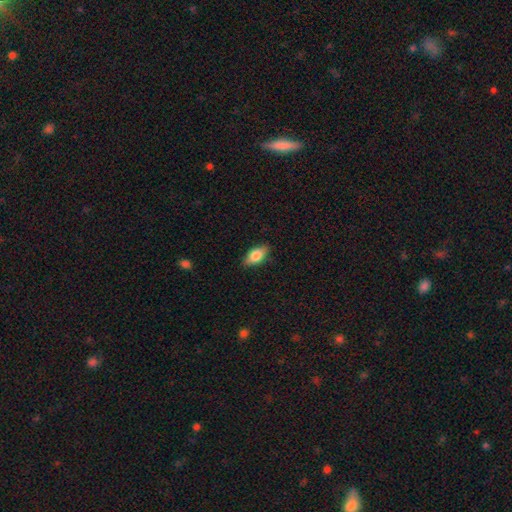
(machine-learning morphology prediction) This is likely a smooth galaxy (78%). How rounded: clearly in between (88%). Merging: clearly none (85%).